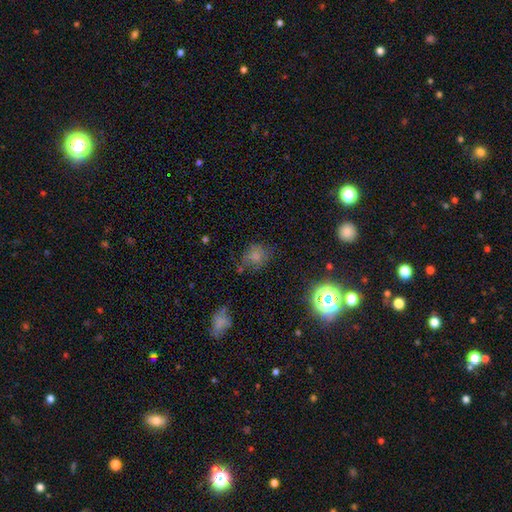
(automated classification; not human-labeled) Smooth or featured? Predicted: smooth (p=0.69). How rounded? Predicted: round (p=0.58). Merging? Predicted: none (p=0.60).